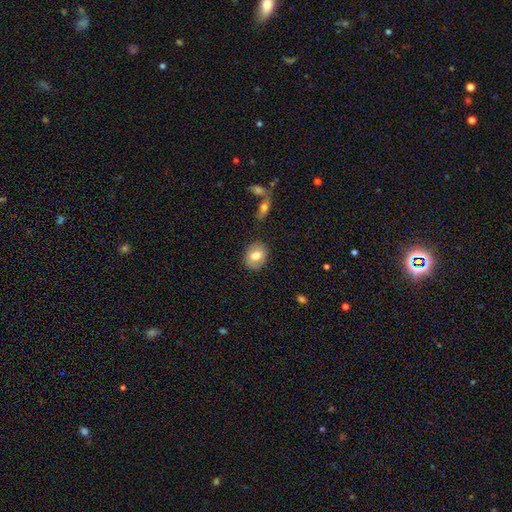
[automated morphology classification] Q: Smooth or featured?
A: smooth (72%); runner-up: featured or disk (20%)
Q: How rounded?
A: round (61%); runner-up: in between (38%)
Q: Merging?
A: none (85%); runner-up: minor disturbance (10%)